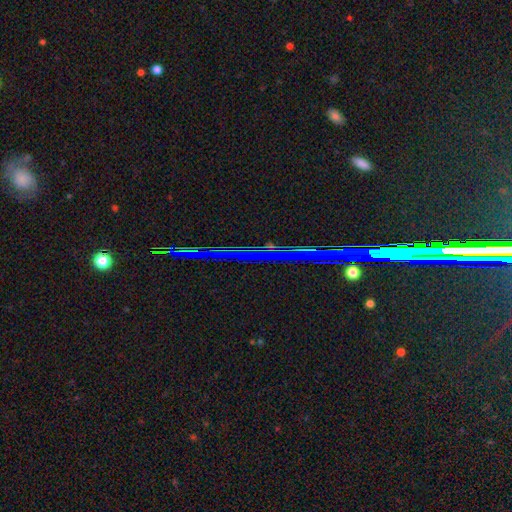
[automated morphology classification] smooth_or_featured: star or artifact (p=0.82) [alt: featured or disk p=0.10]